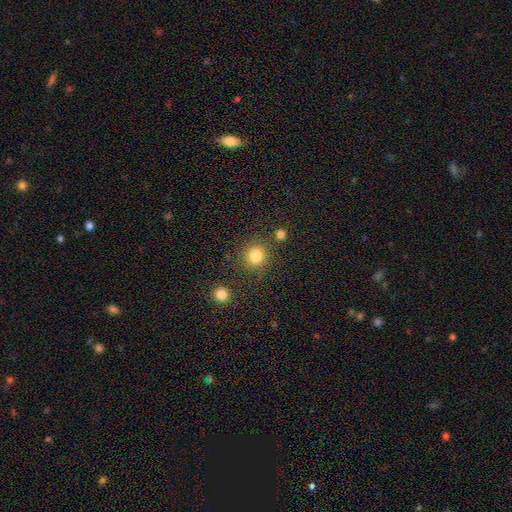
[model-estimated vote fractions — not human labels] Smooth or featured? Predicted: smooth (p=0.84). How rounded? Predicted: round (p=0.89). Merging? Predicted: none (p=0.81).